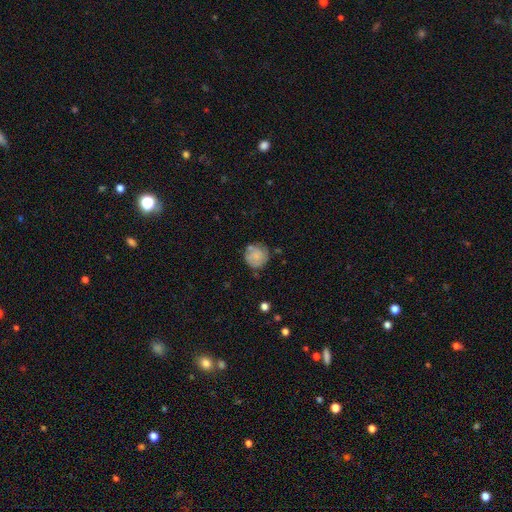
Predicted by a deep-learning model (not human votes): A smooth galaxy with no disk features (70%) that is round (89%). Merging: none (65%).